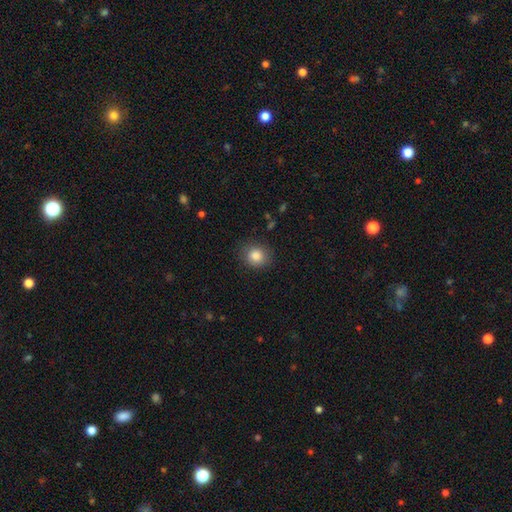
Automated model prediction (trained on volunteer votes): Overall: smooth (84%). How rounded: round (79%). Merging: none (85%).